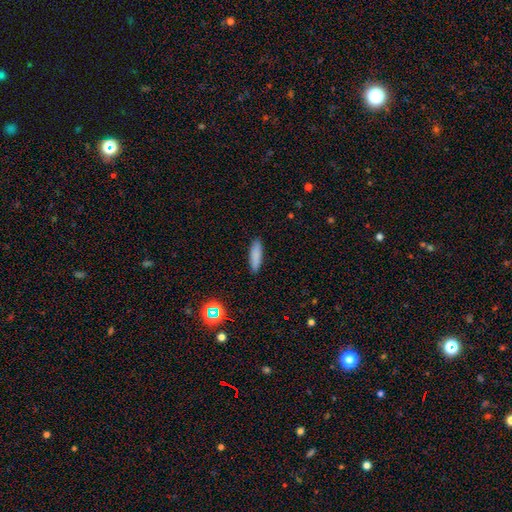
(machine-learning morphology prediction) Overall: smooth (85%). How rounded: cigar-shaped (64%; in between 34%). Merging: none (89%).